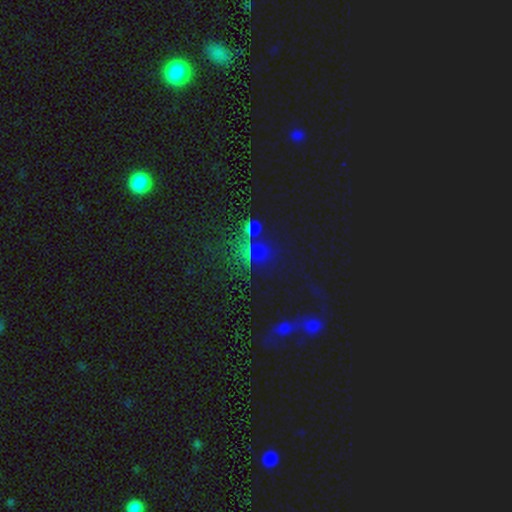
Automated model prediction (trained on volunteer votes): Smooth or featured: star or artifact — 65% (smooth — 23%)